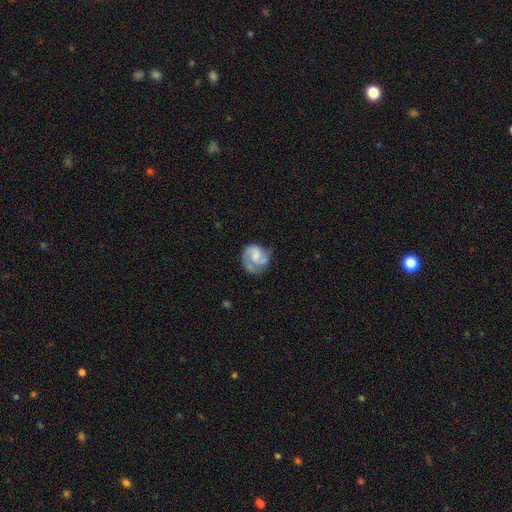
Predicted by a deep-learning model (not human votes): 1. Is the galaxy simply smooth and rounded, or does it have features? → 69% featured or disk, 24% smooth, 6% star or artifact.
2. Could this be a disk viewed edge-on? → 98% no, 2% yes.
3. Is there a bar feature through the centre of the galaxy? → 52% no, 40% weak, 8% strong.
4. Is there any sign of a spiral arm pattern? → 91% yes, 9% no.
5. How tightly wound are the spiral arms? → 46% medium, 33% tight, 21% loose.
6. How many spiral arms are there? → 67% 2, 12% 1, 11% can't tell, 7% 3, 2% 4, 2% more than 4.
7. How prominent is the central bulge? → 32% small, 31% moderate, 28% none, 7% large, 1% dominant.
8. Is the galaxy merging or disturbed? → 56% none, 25% minor disturbance, 16% major disturbance, 3% merger.